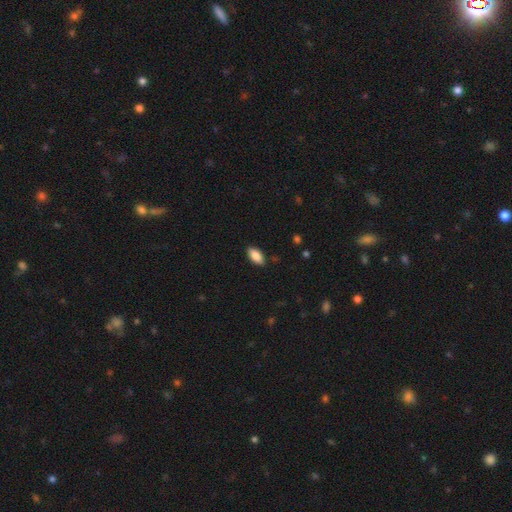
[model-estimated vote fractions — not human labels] Smooth or featured?
  - smooth: 87% *
  - star or artifact: 7%
  - featured or disk: 7%
How rounded?
  - in between: 90% *
  - cigar-shaped: 8%
  - round: 2%
Merging?
  - none: 88% *
  - minor disturbance: 9%
  - major disturbance: 2%
  - merger: 1%